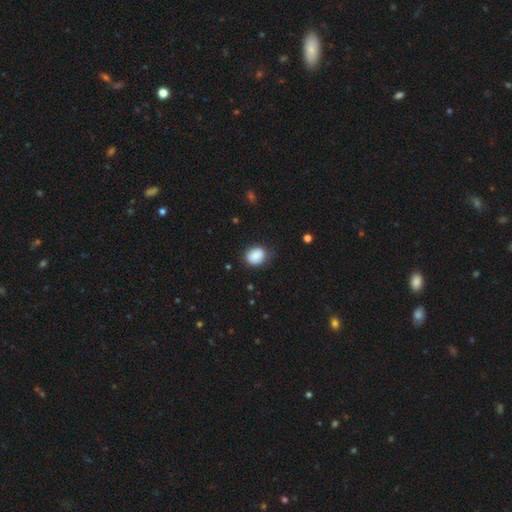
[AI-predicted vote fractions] The model was most divided on "how rounded": round: 50%, in between: 49%, cigar-shaped: 1%. More confident: smooth or featured — smooth (87%); merging — none (74%).